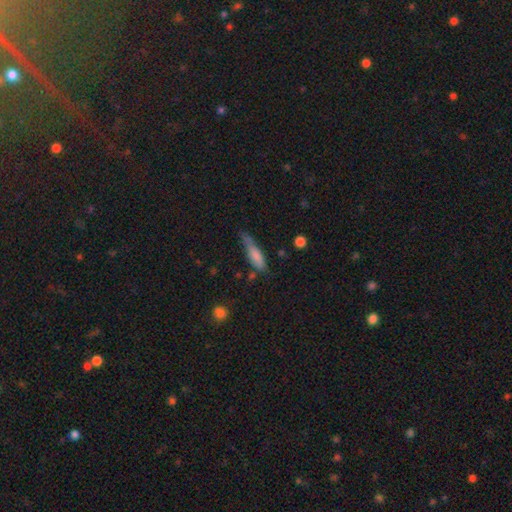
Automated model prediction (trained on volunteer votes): Smooth or featured: smooth — 76% (featured or disk — 17%)
How rounded: cigar-shaped — 58% (in between — 40%)
Merging: none — 40% (minor disturbance — 37%)